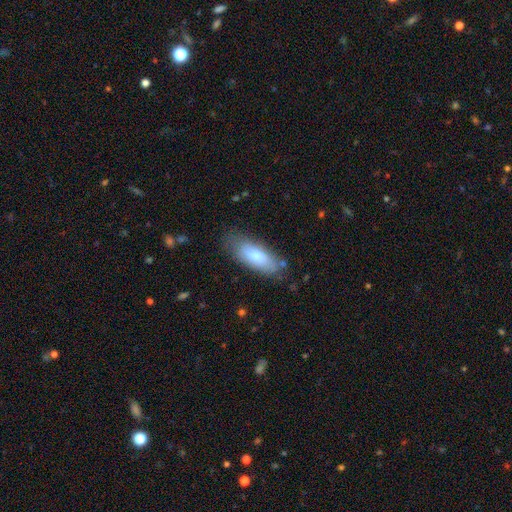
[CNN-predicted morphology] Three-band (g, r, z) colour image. It shows a smooth galaxy with no disk features (74%) that is in between round and cigar-shaped (75%). Merging: none (72%).